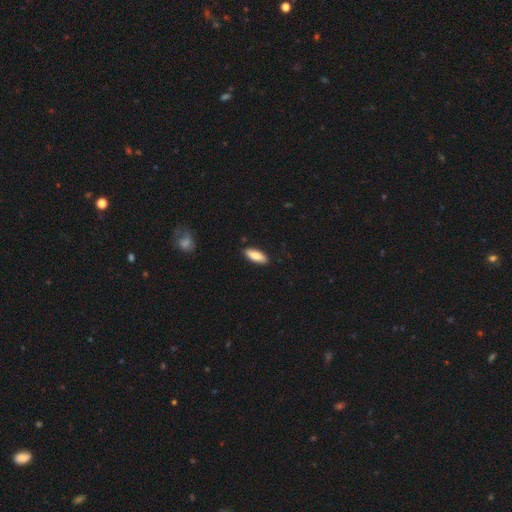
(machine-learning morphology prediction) type=smooth (85%); roundness=in between (71%); merging=none (88%).